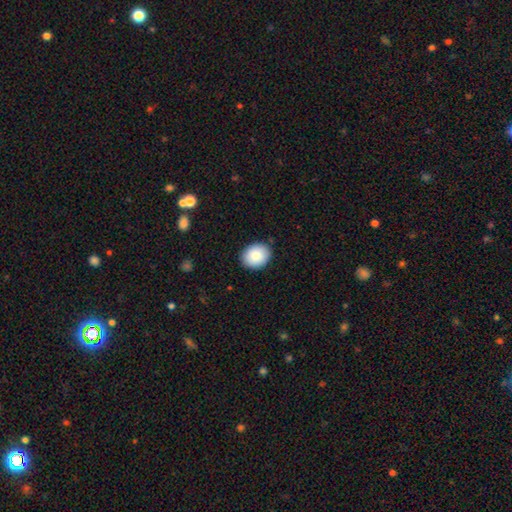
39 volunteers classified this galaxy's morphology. This appears to be a smooth galaxy with no disk features (82%) that is round (50%, tied with in between). Merging: none (89%).